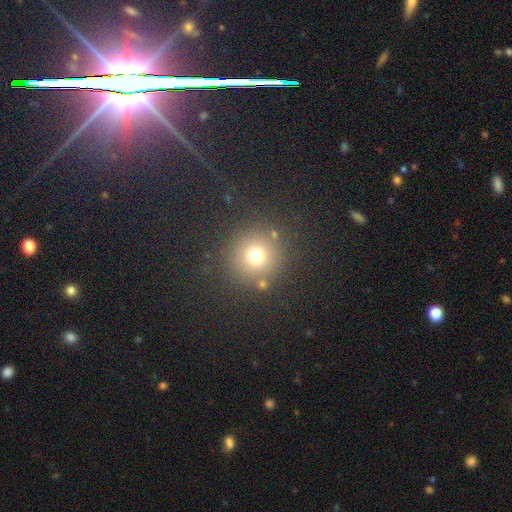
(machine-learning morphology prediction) Q: Smooth or featured?
A: smooth (72%); runner-up: star or artifact (19%)
Q: How rounded?
A: round (93%); runner-up: in between (6%)
Q: Merging?
A: none (83%); runner-up: minor disturbance (8%)